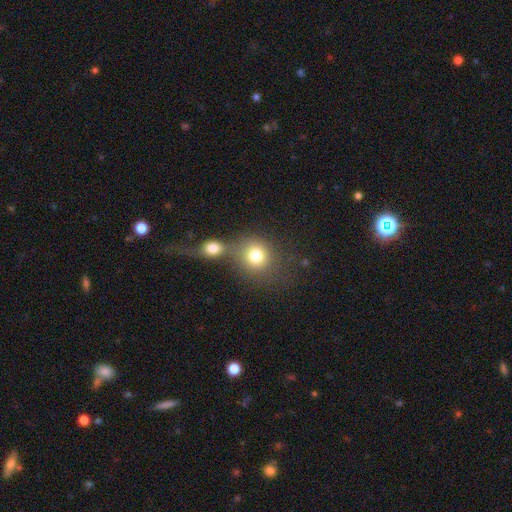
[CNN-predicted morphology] smooth-or-featured: smooth: 78% | star or artifact: 11% | featured or disk: 11%
  how-rounded: round: 80% | in between: 19% | cigar-shaped: 1%
  merging: merger: 46% | none: 40% | minor disturbance: 8% | major disturbance: 6%